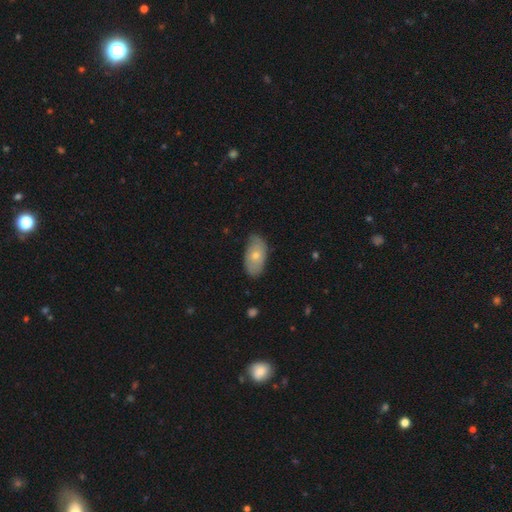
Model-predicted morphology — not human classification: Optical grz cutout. It shows a smooth galaxy with no disk features (62%) that is in between round and cigar-shaped (93%). Merging: none (72%).